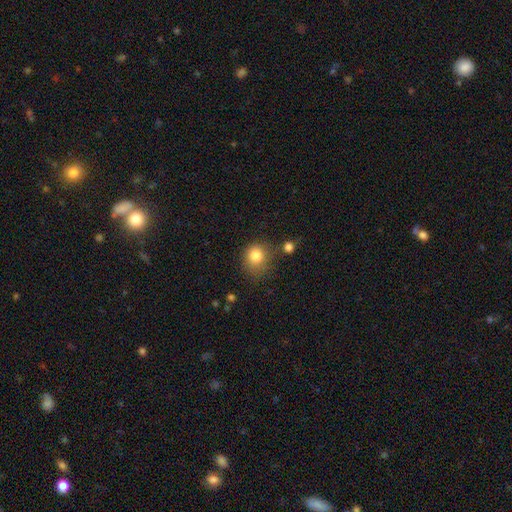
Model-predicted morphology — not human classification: A smooth galaxy with no disk features (82%) that is round (76%).

Vote fractions:
- Smooth or featured? smooth: 82% / star or artifact: 11% / featured or disk: 7%
- How rounded? round: 76% / in between: 23% / cigar-shaped: 1%
- Merging? none: 61% / minor disturbance: 23% / major disturbance: 9% / merger: 8%